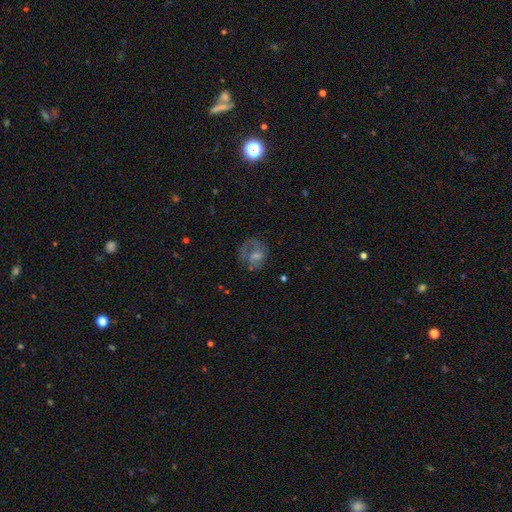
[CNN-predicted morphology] Q: Smooth or featured?
A: featured or disk (51%); runner-up: smooth (31%)
Q: Edge-on disk?
A: no (97%); runner-up: yes (3%)
Q: Merging?
A: none (56%); runner-up: major disturbance (22%)